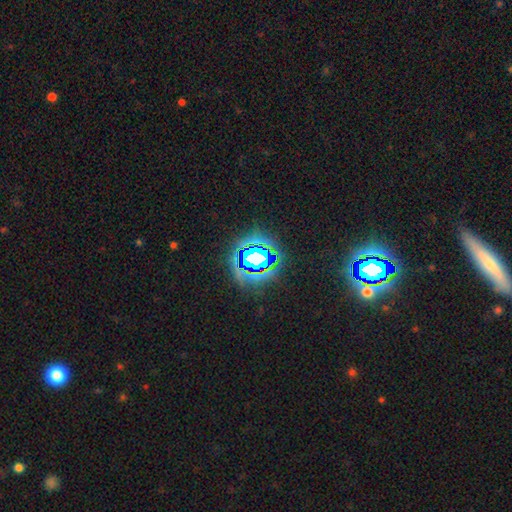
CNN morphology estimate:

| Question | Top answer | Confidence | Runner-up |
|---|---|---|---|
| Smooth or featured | star or artifact | 72% | smooth (14%) |